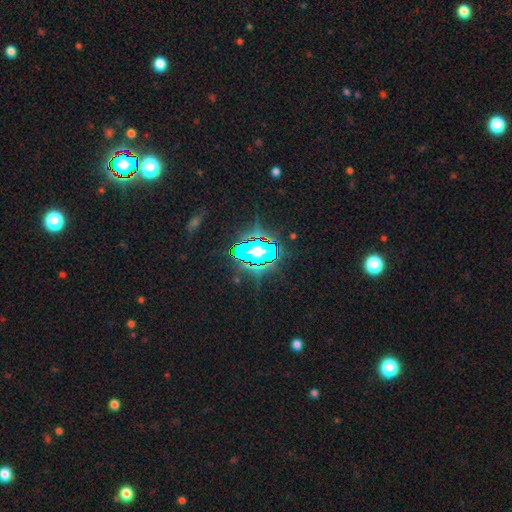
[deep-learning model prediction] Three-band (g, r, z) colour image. It shows a star or artifact, not a galaxy (71%).